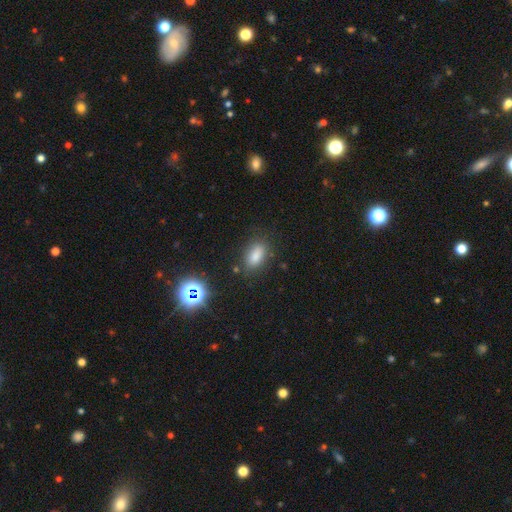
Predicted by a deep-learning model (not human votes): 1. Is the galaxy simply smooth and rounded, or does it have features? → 82% smooth, 12% star or artifact, 7% featured or disk.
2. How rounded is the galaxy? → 87% in between, 7% round, 6% cigar-shaped.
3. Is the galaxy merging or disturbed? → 79% none, 13% minor disturbance, 4% major disturbance, 3% merger.